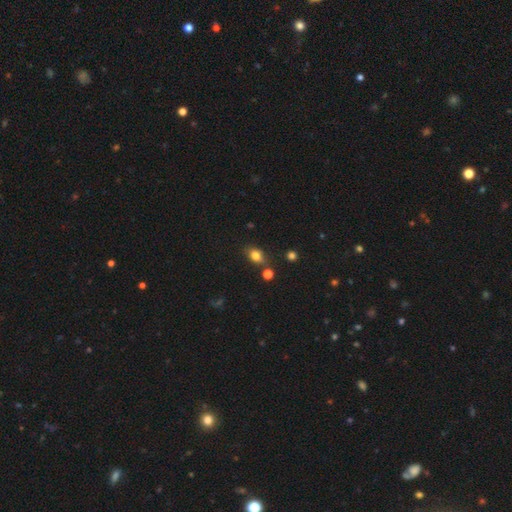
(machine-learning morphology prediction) Q: Smooth or featured?
A: smooth (79%); runner-up: star or artifact (12%)
Q: How rounded?
A: in between (73%); runner-up: round (25%)
Q: Merging?
A: none (74%); runner-up: minor disturbance (15%)